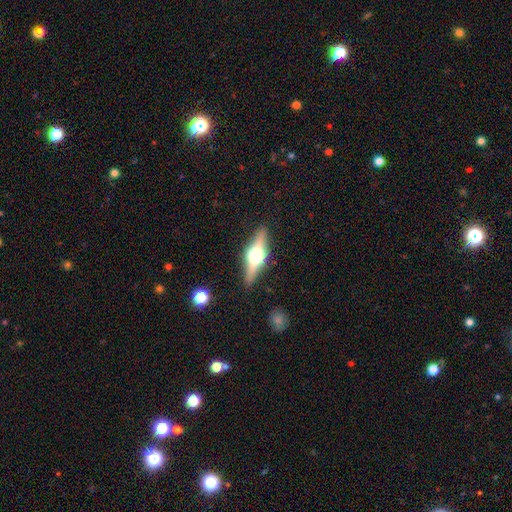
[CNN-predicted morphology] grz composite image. It shows a featured or disk galaxy (72%) viewed edge-on (96%) with a rounded central bulge (95%). Merging: none (88%).